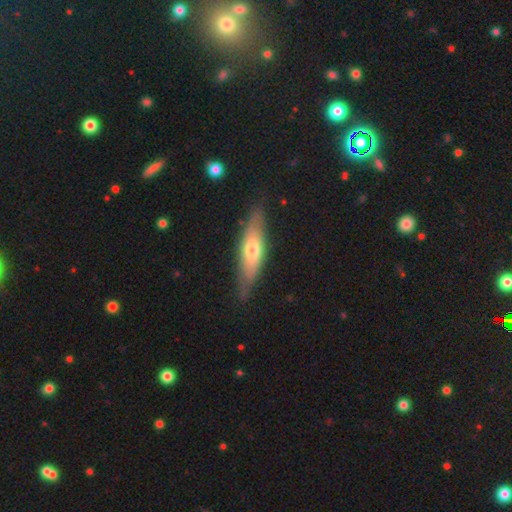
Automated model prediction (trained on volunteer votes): smooth-or-featured: featured or disk: 51% | smooth: 40% | star or artifact: 9%
  disk-edge-on: yes: 78% | no: 22%
  merging: none: 83% | minor disturbance: 13% | major disturbance: 3% | merger: 1%